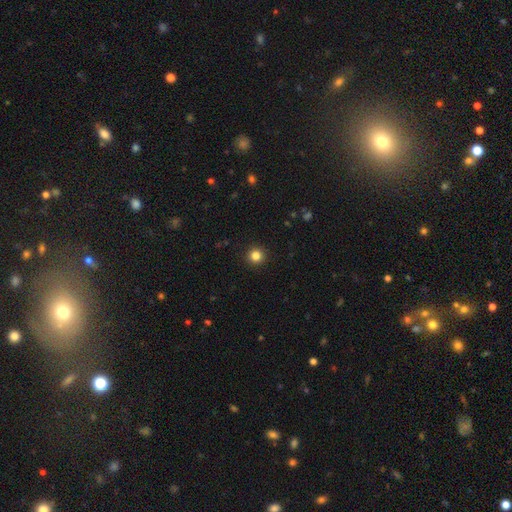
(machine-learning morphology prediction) smooth_or_featured: smooth (p=0.83) [alt: star or artifact p=0.12]
how_rounded: round (p=0.95) [alt: in between p=0.04]
merging: none (p=0.93) [alt: minor disturbance p=0.04]